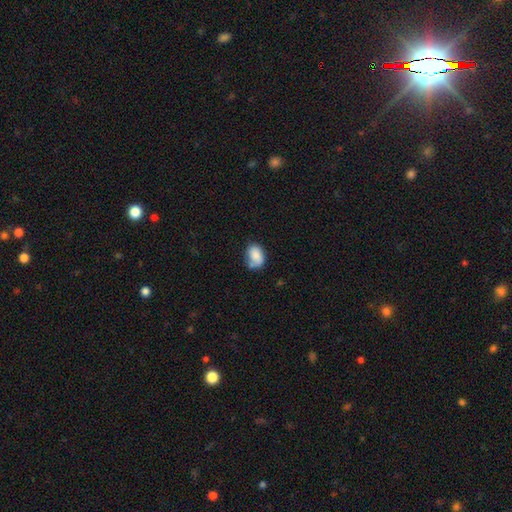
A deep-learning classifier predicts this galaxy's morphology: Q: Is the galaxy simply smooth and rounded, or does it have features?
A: smooth — 79%.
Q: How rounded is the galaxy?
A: in between — 80%.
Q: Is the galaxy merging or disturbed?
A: none — 49%.